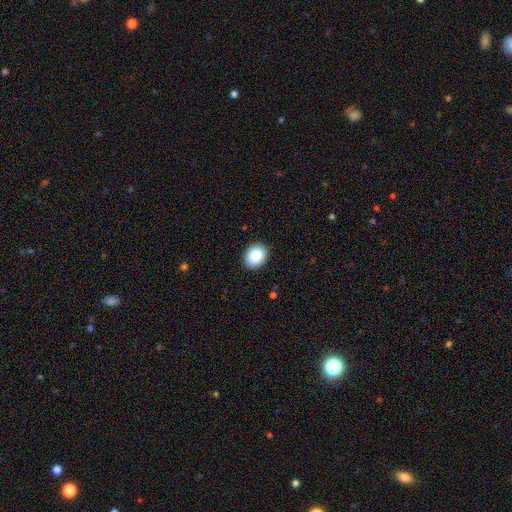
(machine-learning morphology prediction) A smooth galaxy with no disk features (86%) that is in between round and cigar-shaped (57%).

Vote fractions:
- Smooth or featured? smooth: 86% / star or artifact: 8% / featured or disk: 6%
- How rounded? in between: 57% / round: 42% / cigar-shaped: 1%
- Merging? none: 90% / minor disturbance: 7% / major disturbance: 2% / merger: 1%